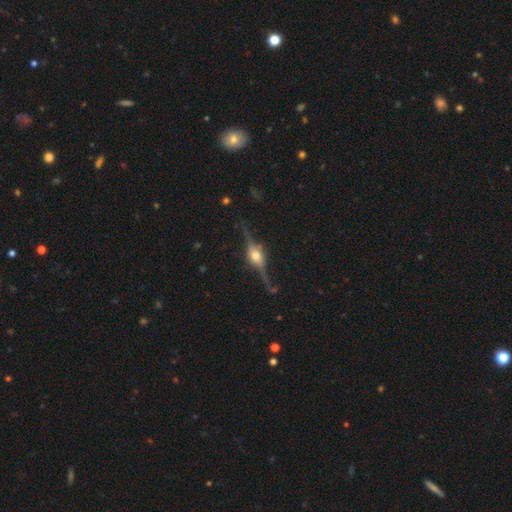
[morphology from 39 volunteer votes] smooth-or-featured: featured or disk: 85% | smooth: 10% | star or artifact: 5%
  disk-edge-on: yes: 100% | no: 0%
    edge-on-bulge: rounded: 94% | boxy: 6% | none: 0%
  merging: none: 95% | major disturbance: 5% | minor disturbance: 0% | merger: 0%